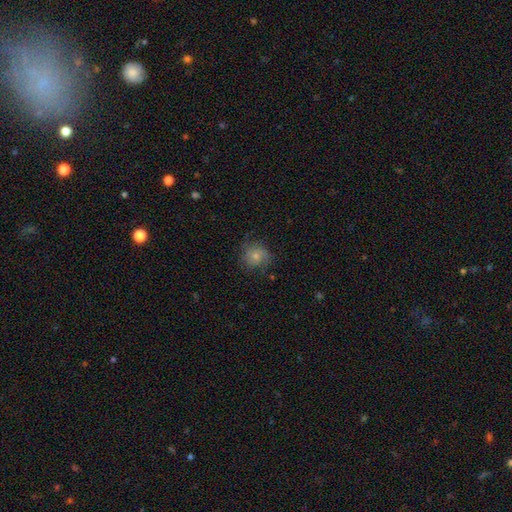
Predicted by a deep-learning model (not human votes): Overall: smooth (71%). How rounded: round (84%). Merging: none (70%).